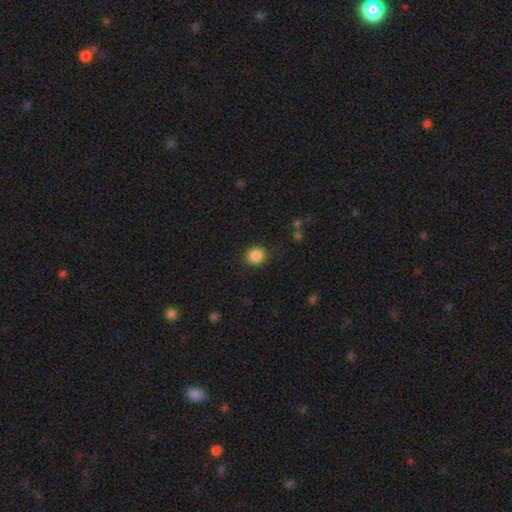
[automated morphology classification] smooth 86%, star or artifact 10%, featured or disk 4%. Down the decision tree: how rounded — round (82%); merging — none (87%).